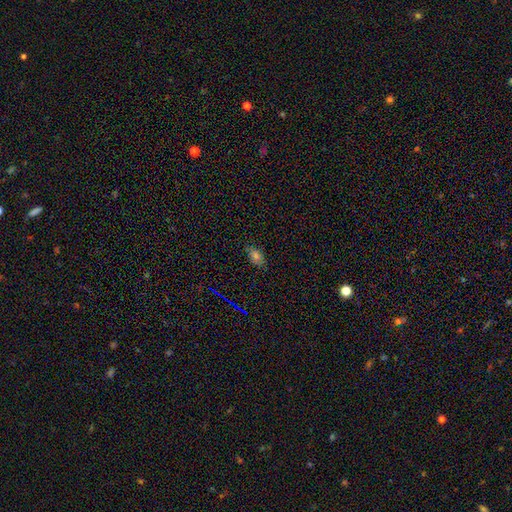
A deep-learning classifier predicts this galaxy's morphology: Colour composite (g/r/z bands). It shows a smooth galaxy with no disk features (70%) that is in between round and cigar-shaped (86%). Merging: none (77%).